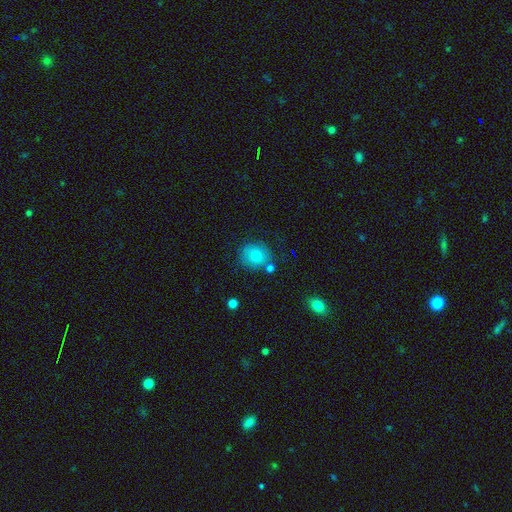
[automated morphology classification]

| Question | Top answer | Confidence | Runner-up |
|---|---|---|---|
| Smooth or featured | smooth | 84% | star or artifact (9%) |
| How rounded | round | 80% | in between (19%) |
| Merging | none | 68% | minor disturbance (17%) |